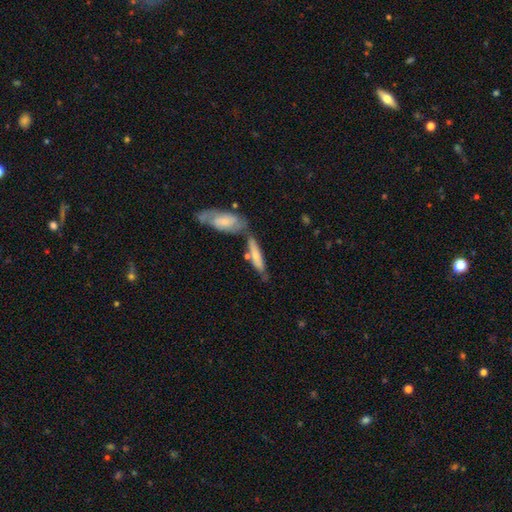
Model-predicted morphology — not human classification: smooth-or-featured: smooth: 64% | featured or disk: 31% | star or artifact: 6%
  how-rounded: cigar-shaped: 69% | in between: 29% | round: 2%
  merging: none: 48% | merger: 31% | minor disturbance: 16% | major disturbance: 5%